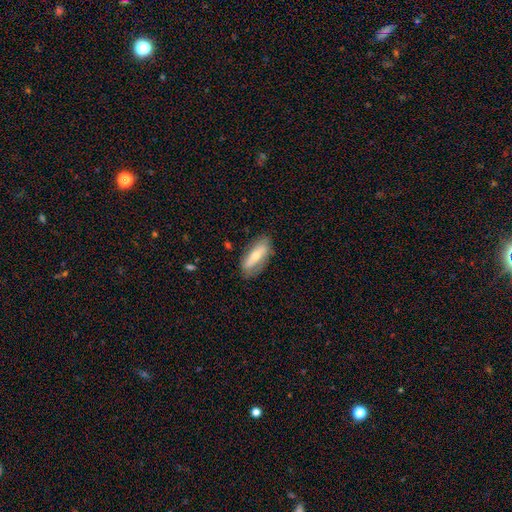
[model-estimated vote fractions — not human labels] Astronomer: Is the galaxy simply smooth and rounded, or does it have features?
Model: smooth — 57% (runner-up: featured or disk, 37%).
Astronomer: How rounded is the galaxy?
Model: in between — 66%.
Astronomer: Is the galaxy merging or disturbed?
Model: none — 78%.